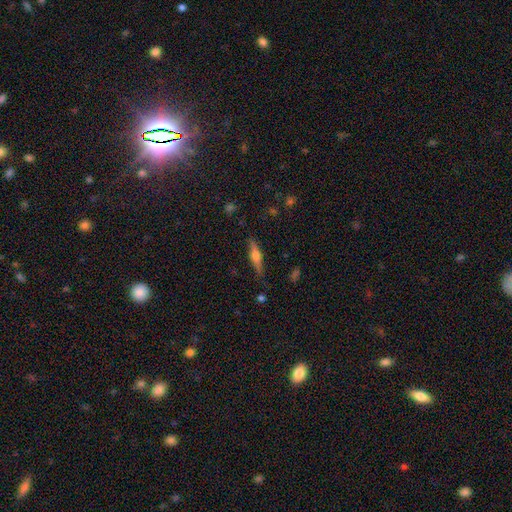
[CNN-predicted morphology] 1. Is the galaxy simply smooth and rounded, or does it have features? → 58% featured or disk, 35% smooth, 7% star or artifact.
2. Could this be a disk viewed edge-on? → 96% yes, 4% no.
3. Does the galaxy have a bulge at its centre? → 89% rounded, 7% boxy, 4% none.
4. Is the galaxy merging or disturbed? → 86% none, 11% minor disturbance, 2% major disturbance, 1% merger.